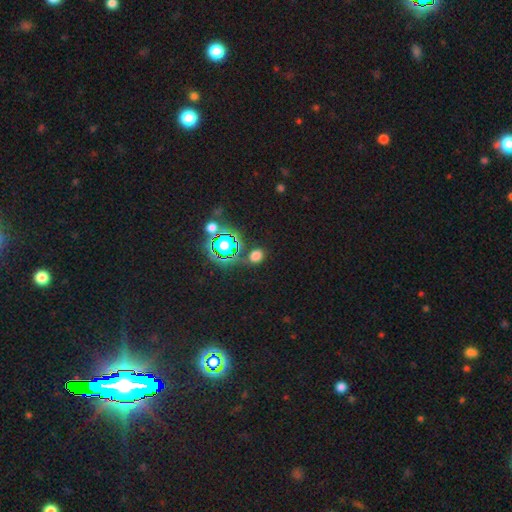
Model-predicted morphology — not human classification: Smooth or featured: smooth — 61% (star or artifact — 32%)
How rounded: round — 55% (in between — 43%)
Merging: none — 76% (minor disturbance — 12%)